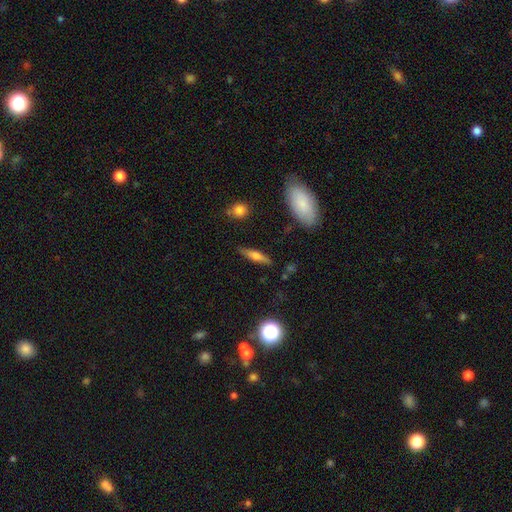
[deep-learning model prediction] smooth-or-featured: smooth: 46% | featured or disk: 45% | star or artifact: 8%
  merging: none: 86% | minor disturbance: 10% | major disturbance: 2% | merger: 2%